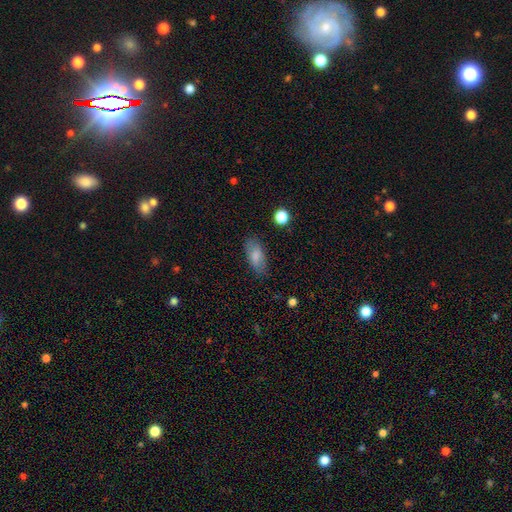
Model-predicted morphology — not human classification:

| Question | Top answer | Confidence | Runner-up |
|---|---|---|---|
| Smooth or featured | smooth | 79% | featured or disk (13%) |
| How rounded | in between | 87% | cigar-shaped (10%) |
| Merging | none | 81% | minor disturbance (14%) |